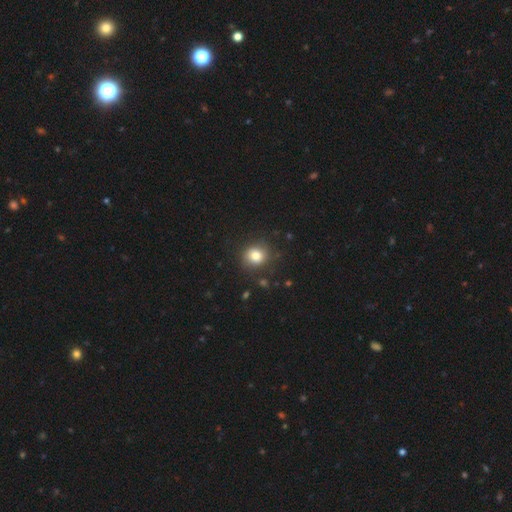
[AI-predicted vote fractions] smooth 80%, star or artifact 11%, featured or disk 8%. Down the decision tree: how rounded — round (84%); merging — none (83%).